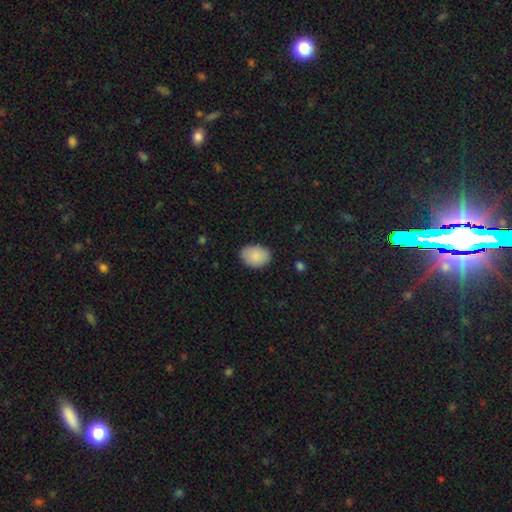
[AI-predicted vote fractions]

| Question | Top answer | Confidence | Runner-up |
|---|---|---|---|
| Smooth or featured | smooth | 88% | star or artifact (6%) |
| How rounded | in between | 76% | round (23%) |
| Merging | none | 83% | minor disturbance (13%) |